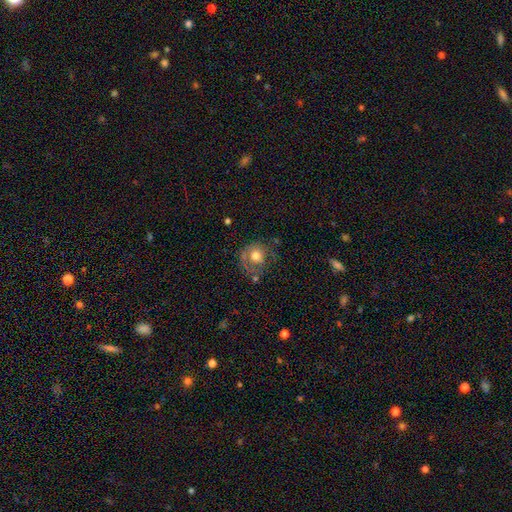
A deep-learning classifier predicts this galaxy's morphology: Smooth or featured?
  - smooth: 57% *
  - featured or disk: 33%
  - star or artifact: 9%
How rounded?
  - round: 79% *
  - in between: 20%
  - cigar-shaped: 1%
Merging?
  - none: 49% *
  - minor disturbance: 24%
  - major disturbance: 22%
  - merger: 5%